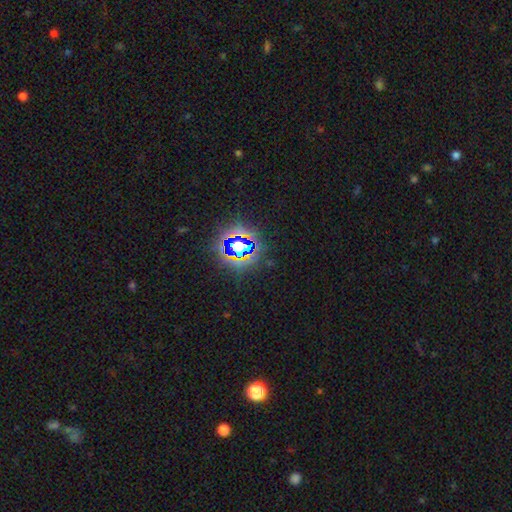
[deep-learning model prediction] Smooth or featured? Predicted: star or artifact (p=0.81).